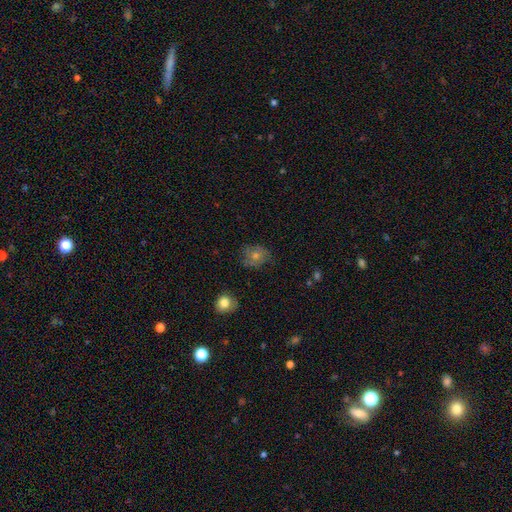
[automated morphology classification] A smooth galaxy with no disk features (42%).

Vote fractions:
- Smooth or featured? smooth: 42% / featured or disk: 36% / star or artifact: 22%
- Merging? none: 73% / minor disturbance: 18% / major disturbance: 7% / merger: 2%